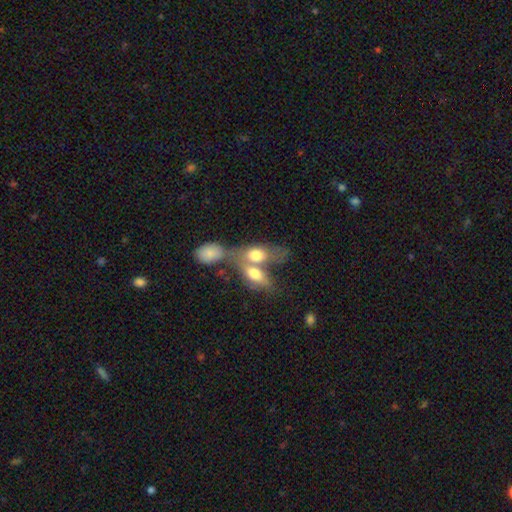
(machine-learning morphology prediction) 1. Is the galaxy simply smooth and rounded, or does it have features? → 69% smooth, 23% featured or disk, 8% star or artifact.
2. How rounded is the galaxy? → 80% in between, 12% round, 8% cigar-shaped.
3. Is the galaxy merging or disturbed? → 70% merger, 17% none, 7% minor disturbance, 6% major disturbance.